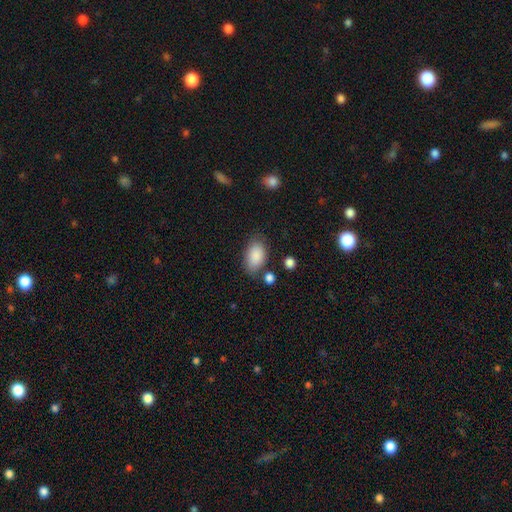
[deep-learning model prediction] This is clearly a smooth galaxy (88%). How rounded: clearly in between (92%). Merging: likely none (74%).